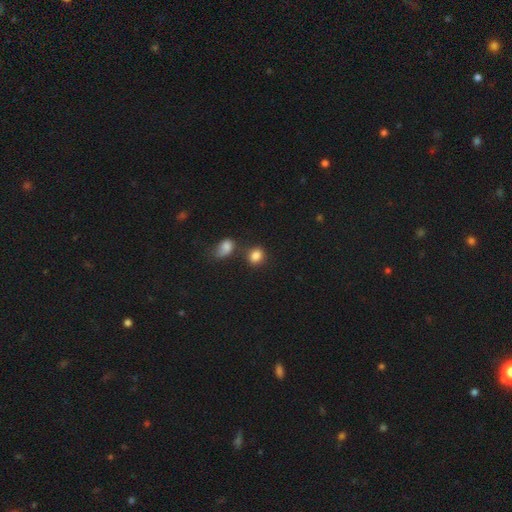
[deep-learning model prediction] A smooth galaxy with no disk features (84%) that is round (60%). Merging: none (69%).